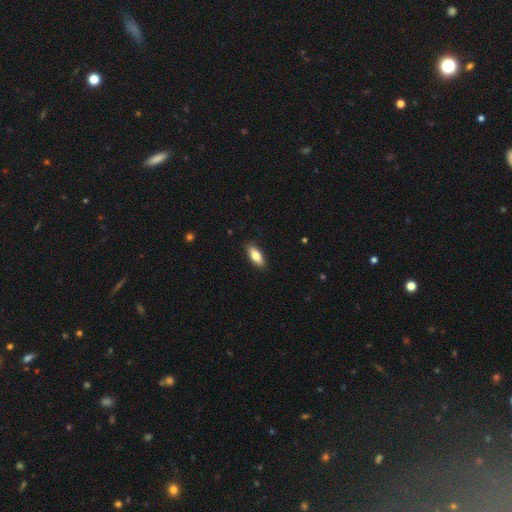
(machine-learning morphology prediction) Q: Smooth or featured?
A: smooth (79%); runner-up: featured or disk (15%)
Q: How rounded?
A: in between (78%); runner-up: cigar-shaped (20%)
Q: Merging?
A: none (89%); runner-up: minor disturbance (9%)